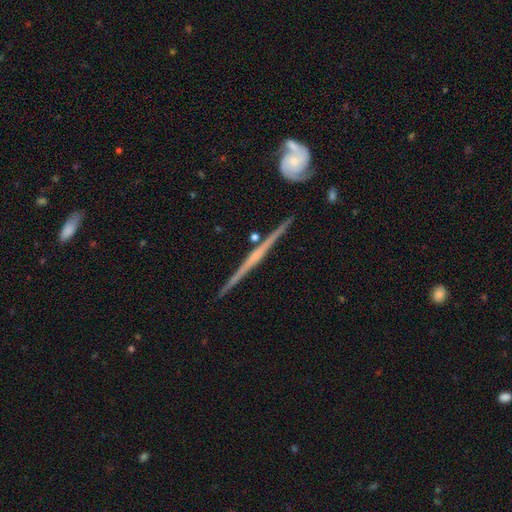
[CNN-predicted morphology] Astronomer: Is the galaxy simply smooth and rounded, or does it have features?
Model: featured or disk — 82%.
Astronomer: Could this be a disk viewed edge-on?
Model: yes — 97%.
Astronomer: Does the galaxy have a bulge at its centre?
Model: none — 67%.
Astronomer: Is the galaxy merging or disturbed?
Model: none — 89%.